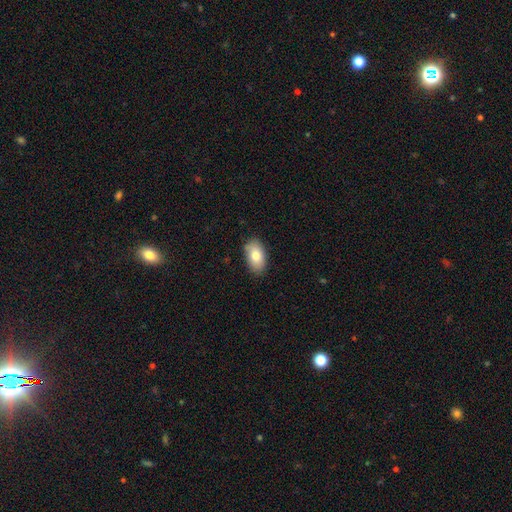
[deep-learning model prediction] smooth 80%, featured or disk 14%, star or artifact 7%. Down the decision tree: how rounded — in between (93%); merging — none (84%).